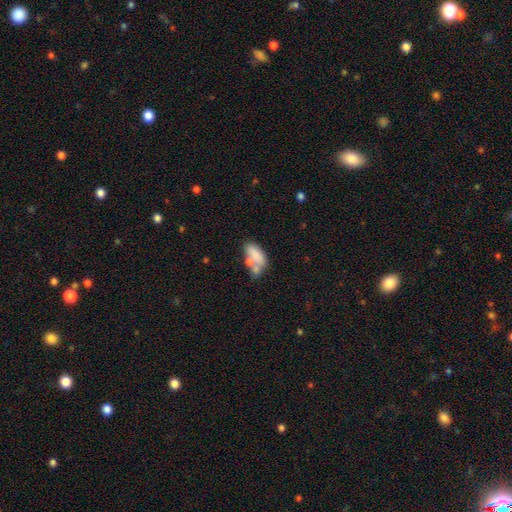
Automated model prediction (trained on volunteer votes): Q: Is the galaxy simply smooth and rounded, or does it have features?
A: smooth — 68%.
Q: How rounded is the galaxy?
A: in between — 85%.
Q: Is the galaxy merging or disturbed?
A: merger — 40%.